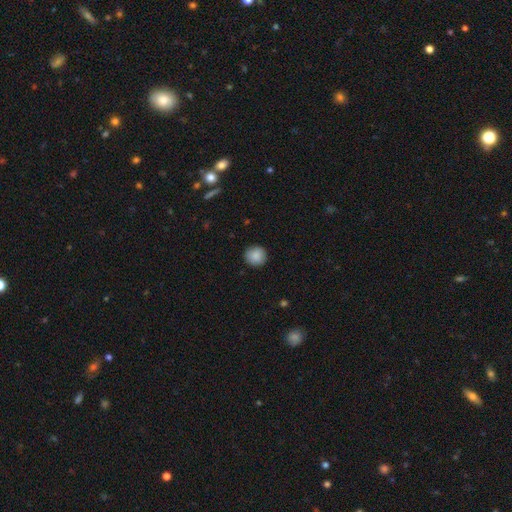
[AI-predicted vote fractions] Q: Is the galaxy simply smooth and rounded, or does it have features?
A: smooth — 88%.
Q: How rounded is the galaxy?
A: round — 92%.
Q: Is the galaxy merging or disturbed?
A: none — 90%.